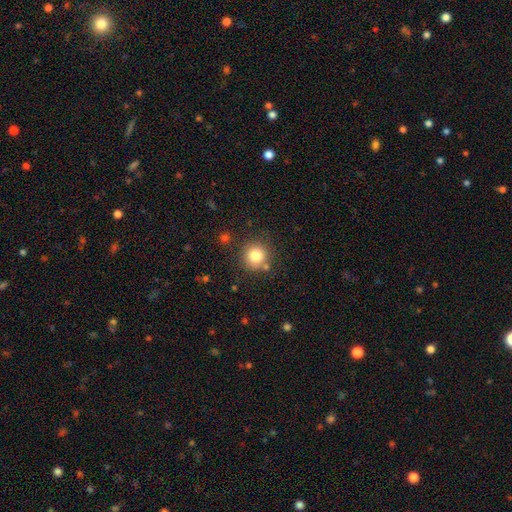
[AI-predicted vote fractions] Smooth or featured? smooth (81%)
How rounded? round (92%)
Merging? none (82%)